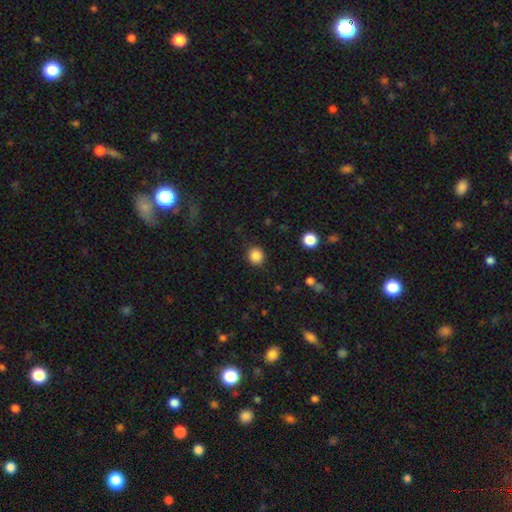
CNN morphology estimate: smooth_or_featured: smooth (p=0.86) [alt: star or artifact p=0.11]
how_rounded: round (p=0.90) [alt: in between p=0.09]
merging: none (p=0.89) [alt: minor disturbance p=0.07]